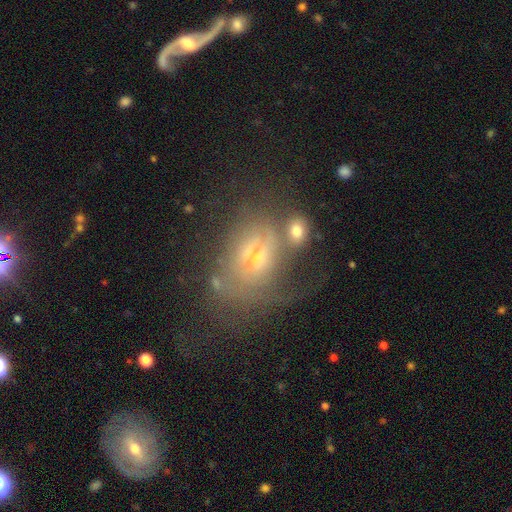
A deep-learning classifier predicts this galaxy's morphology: Q: Smooth or featured?
A: featured or disk (58%); runner-up: smooth (27%)
Q: Edge-on disk?
A: no (95%); runner-up: yes (5%)
Q: Bar?
A: no (66%); runner-up: weak (27%)
Q: Spiral arms?
A: yes (53%); runner-up: no (47%)
Q: Bulge size?
A: small (59%); runner-up: moderate (32%)
Q: Merging?
A: none (32%); runner-up: major disturbance (27%)